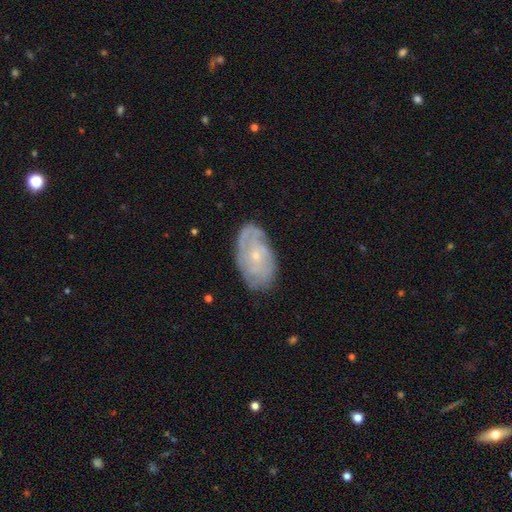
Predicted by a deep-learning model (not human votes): featured or disk 75%, smooth 19%, star or artifact 6%. Down the decision tree: edge-on disk — no (95%); bar — no (74%); spiral arms — yes (88%); spiral arm count — can't tell (45%); spiral winding — tight (64%); bulge size — small (74%); merging — none (76%).